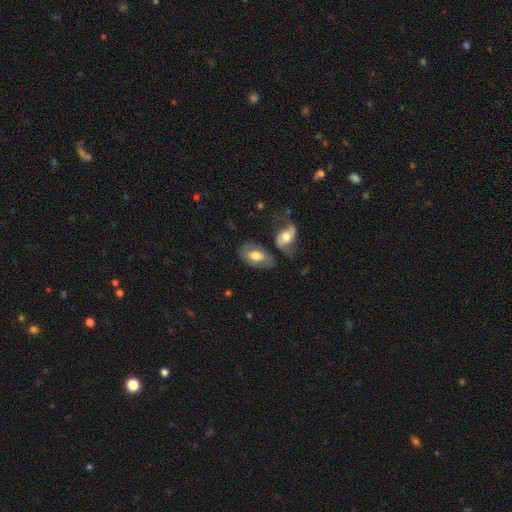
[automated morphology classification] Smooth or featured?
  - smooth: 54% *
  - featured or disk: 40%
  - star or artifact: 6%
How rounded?
  - in between: 92% *
  - round: 6%
  - cigar-shaped: 2%
Merging?
  - none: 57% *
  - minor disturbance: 19%
  - merger: 15%
  - major disturbance: 10%